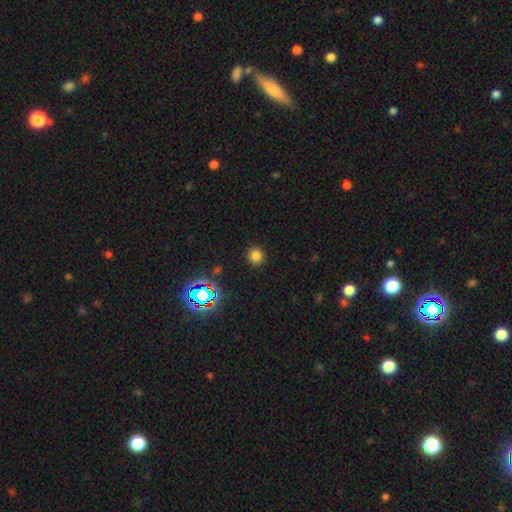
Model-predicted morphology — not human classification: Overall: smooth (77%). How rounded: round (89%). Merging: none (90%).